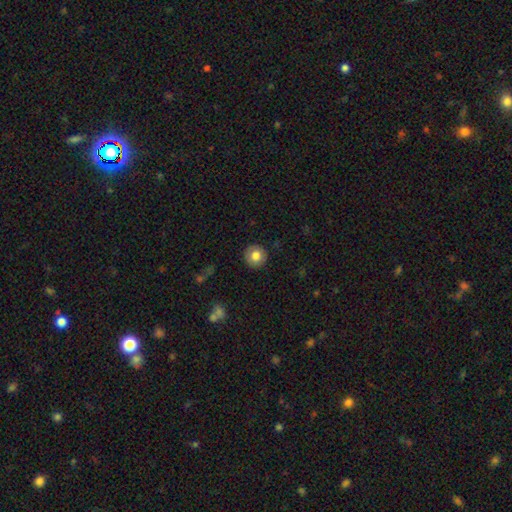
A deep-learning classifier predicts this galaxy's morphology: A smooth galaxy with no disk features (80%) that is round (94%). Merging: none (91%).